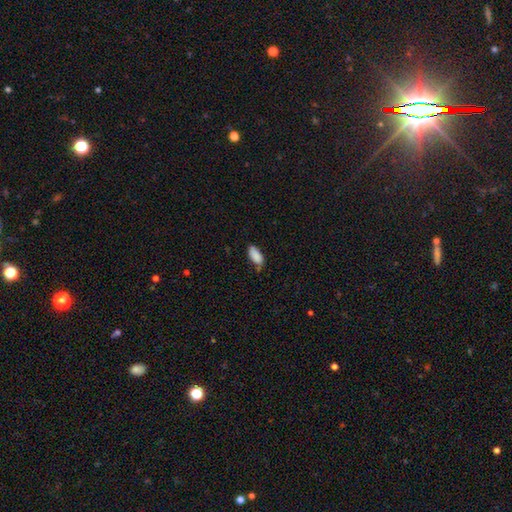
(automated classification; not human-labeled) This is clearly a smooth galaxy (88%). How rounded: clearly in between (89%). Merging: likely none (67%).